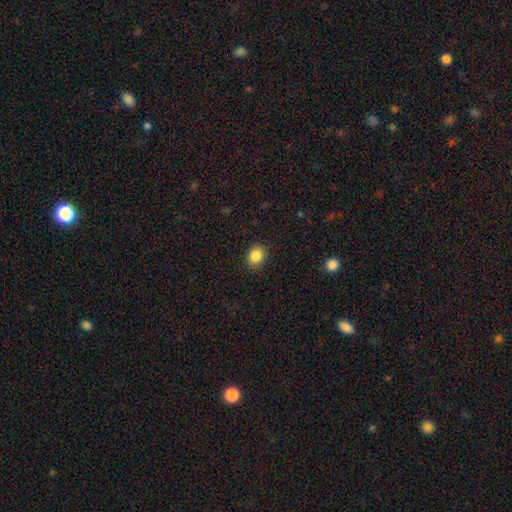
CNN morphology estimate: smooth 86%, star or artifact 9%, featured or disk 5%. Down the decision tree: how rounded — round (50%); merging — none (88%).